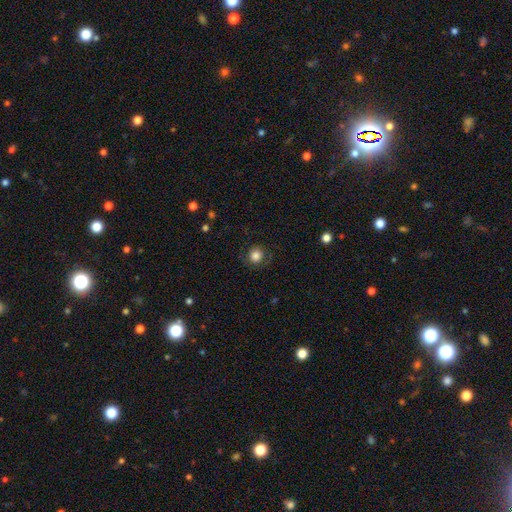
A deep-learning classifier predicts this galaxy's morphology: Q: Smooth or featured?
A: smooth (81%); runner-up: star or artifact (10%)
Q: How rounded?
A: round (90%); runner-up: in between (10%)
Q: Merging?
A: none (81%); runner-up: minor disturbance (12%)